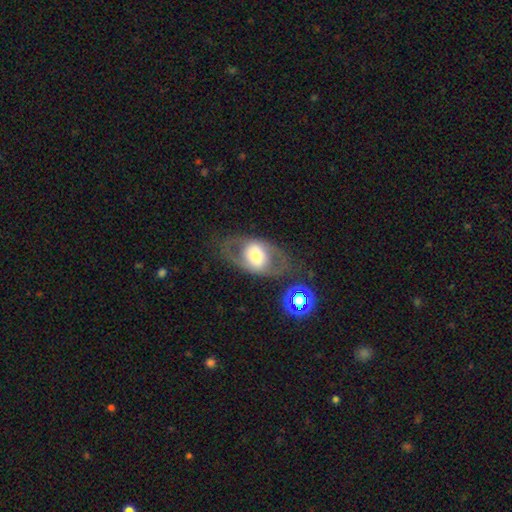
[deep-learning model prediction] Smooth or featured? featured or disk (55%)
Edge-on disk? no (90%)
Merging? none (68%)